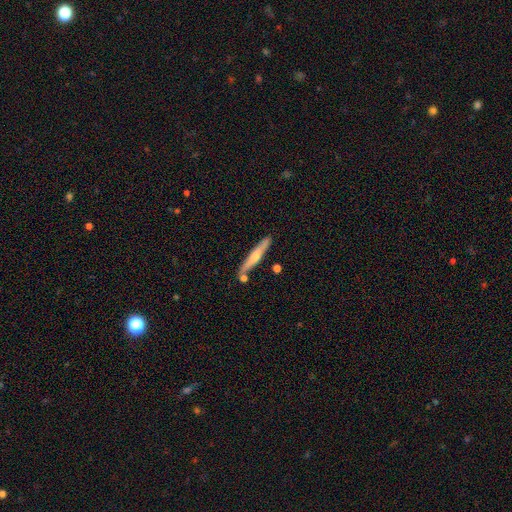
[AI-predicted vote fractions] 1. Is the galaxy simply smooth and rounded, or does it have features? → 57% featured or disk, 37% smooth, 6% star or artifact.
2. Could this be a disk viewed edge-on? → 95% yes, 5% no.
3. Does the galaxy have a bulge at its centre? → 82% rounded, 13% none, 6% boxy.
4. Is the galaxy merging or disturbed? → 84% none, 10% minor disturbance, 5% merger, 2% major disturbance.